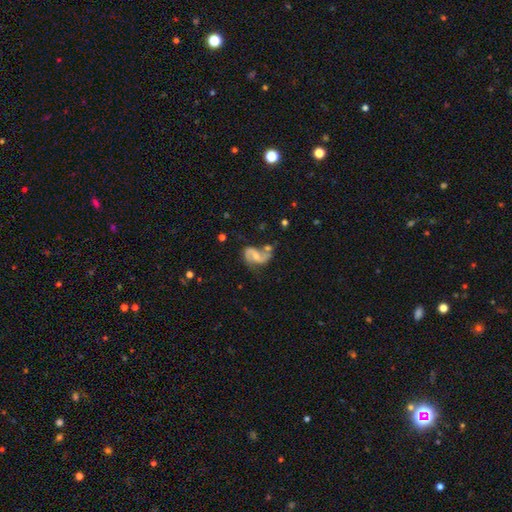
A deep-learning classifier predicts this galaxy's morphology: featured or disk 80%, smooth 13%, star or artifact 7%. Down the decision tree: edge-on disk — no (98%); bar — weak (46%); spiral arms — yes (93%); spiral arm count — 2 (88%); spiral winding — loose (48%); bulge size — small (42%); merging — none (45%).